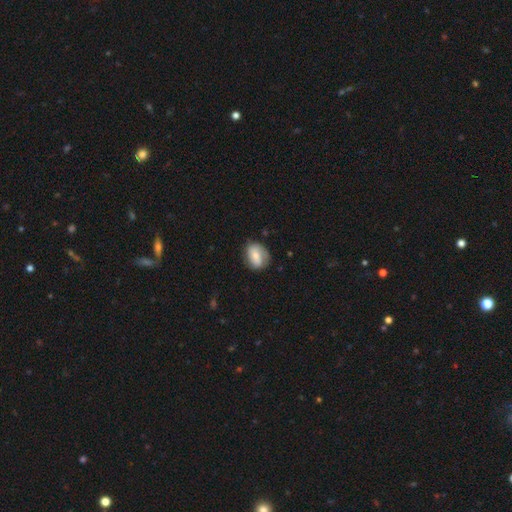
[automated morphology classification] smooth 50%, featured or disk 43%, star or artifact 7%. Down the decision tree: how rounded — in between (65%); merging — none (66%).